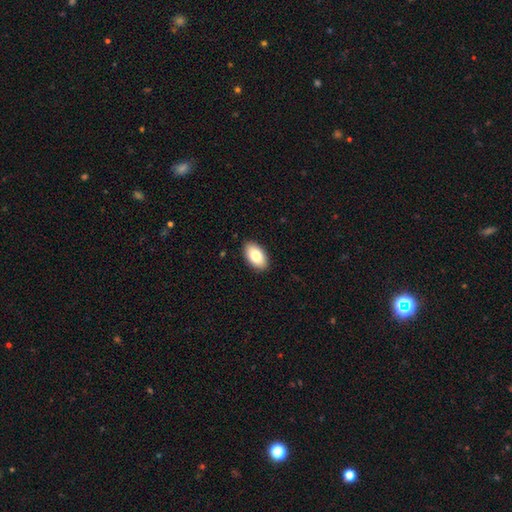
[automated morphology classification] Smooth or featured? smooth (81%)
How rounded? in between (95%)
Merging? none (90%)